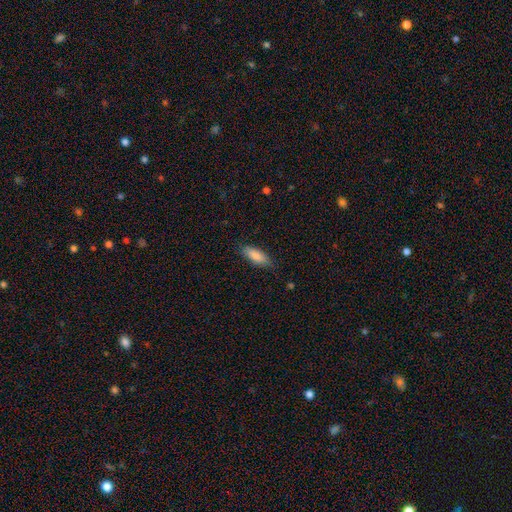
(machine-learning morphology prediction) The model was most divided on "how rounded": in between: 71%, cigar-shaped: 27%, round: 2%. More confident: smooth or featured — smooth (85%); merging — none (81%).